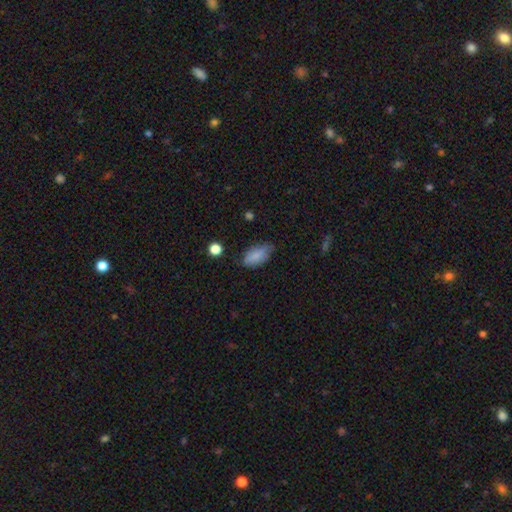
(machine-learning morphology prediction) type=smooth (83%); roundness=in between (90%); merging=none (66%).